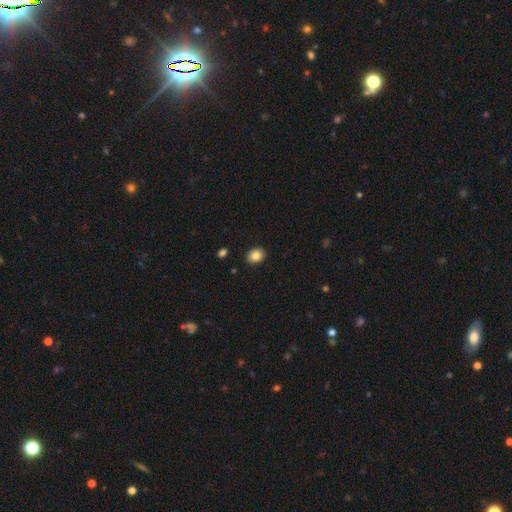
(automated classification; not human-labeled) Smooth or featured: smooth — 84% (star or artifact — 9%)
How rounded: in between — 53% (round — 46%)
Merging: none — 90% (minor disturbance — 7%)